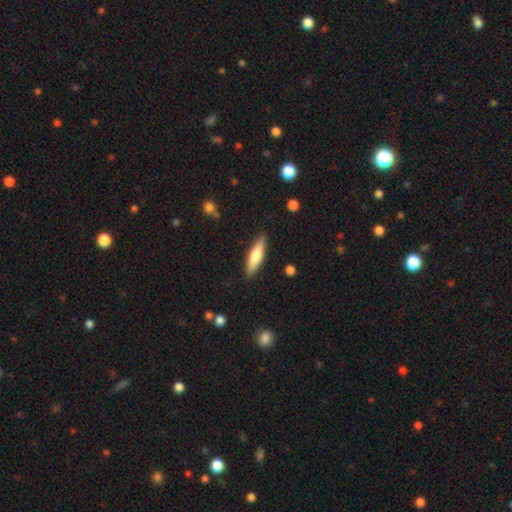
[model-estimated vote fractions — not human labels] The model was most divided on "smooth or featured": smooth: 66%, featured or disk: 28%, star or artifact: 5%. More confident: merging — none (87%); how rounded — cigar-shaped (71%).